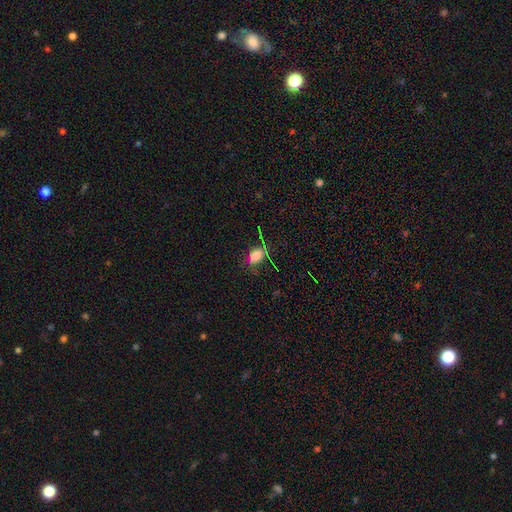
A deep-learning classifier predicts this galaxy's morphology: Smooth or featured?
  - smooth: 73% *
  - star or artifact: 16%
  - featured or disk: 11%
How rounded?
  - in between: 86% *
  - round: 9%
  - cigar-shaped: 5%
Merging?
  - none: 60% *
  - minor disturbance: 25%
  - major disturbance: 12%
  - merger: 3%